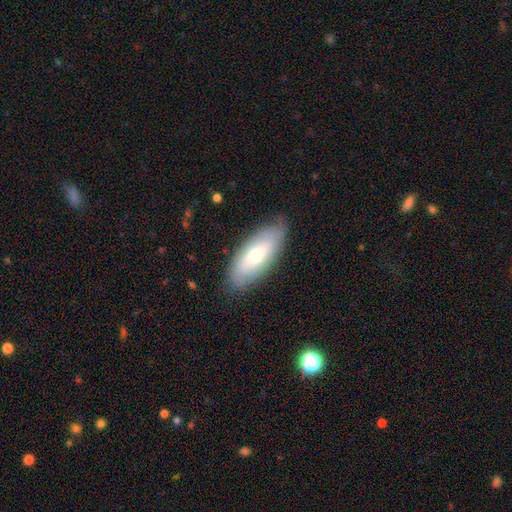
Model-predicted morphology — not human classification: smooth-or-featured: smooth: 60% | featured or disk: 33% | star or artifact: 7%
  how-rounded: in between: 82% | cigar-shaped: 15% | round: 3%
  merging: none: 82% | minor disturbance: 14% | major disturbance: 3% | merger: 1%